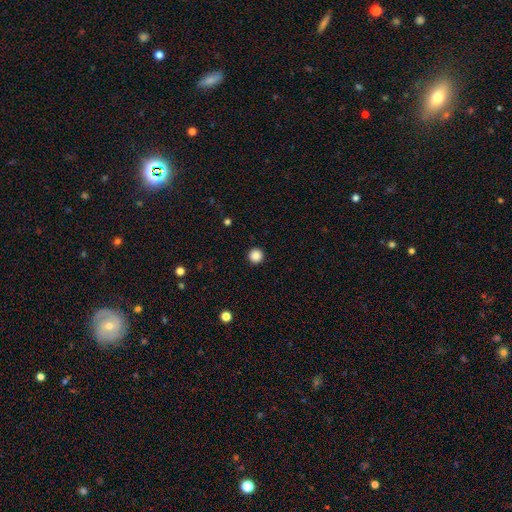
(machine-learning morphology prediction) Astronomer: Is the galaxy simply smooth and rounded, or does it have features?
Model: smooth — 87%.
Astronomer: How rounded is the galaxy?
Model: round — 97%.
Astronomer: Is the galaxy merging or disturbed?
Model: none — 94%.